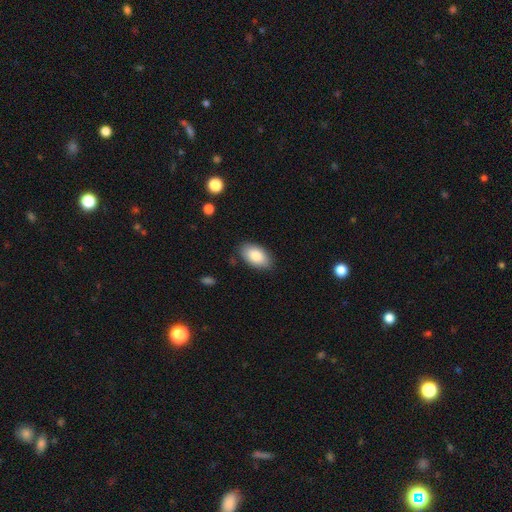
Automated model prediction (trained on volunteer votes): Overall: smooth (85%). How rounded: in between (94%). Merging: none (83%).